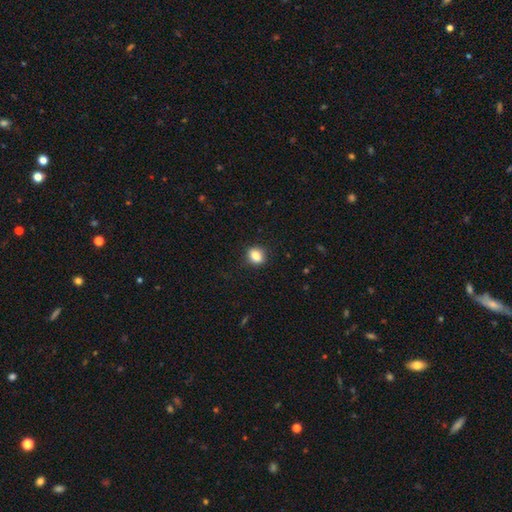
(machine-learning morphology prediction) Smooth or featured: smooth — 85% (star or artifact — 10%)
How rounded: round — 56% (in between — 42%)
Merging: none — 88% (minor disturbance — 9%)